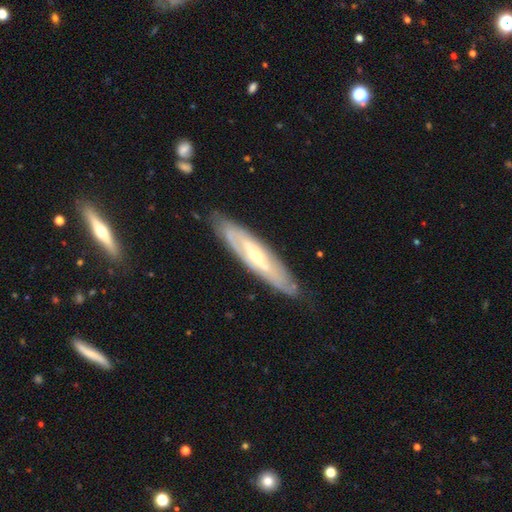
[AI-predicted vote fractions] Morphology: type=featured or disk (74%); edge-on=no (60%); merging=none (82%).